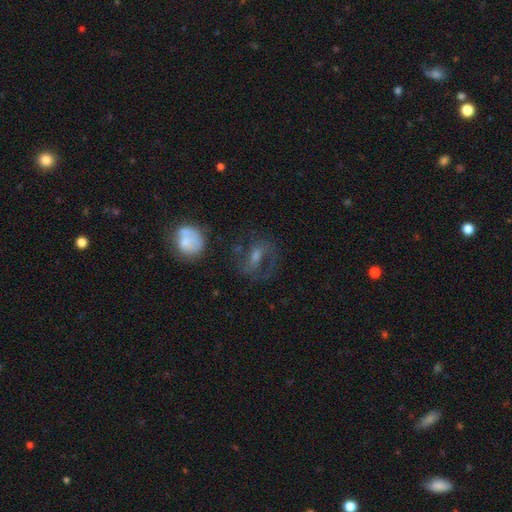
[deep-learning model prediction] A featured or disk galaxy (65%) with a weak bar (45%), spiral arms (80%) and a moderate central bulge (47%). Merging: none (67%).